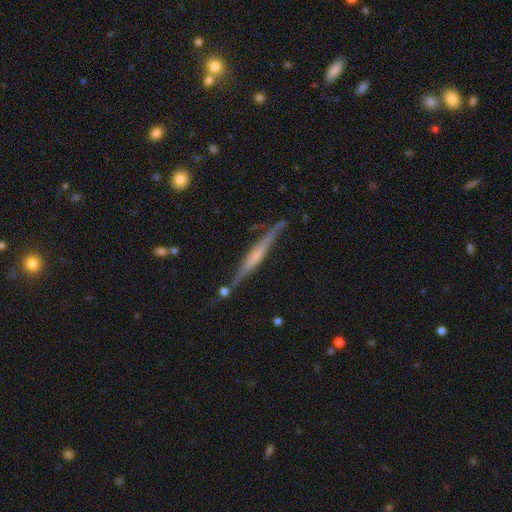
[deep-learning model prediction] Smooth or featured? featured or disk (68%)
Edge-on disk? yes (97%)
Edge-on bulge? none (43%)
Merging? none (80%)